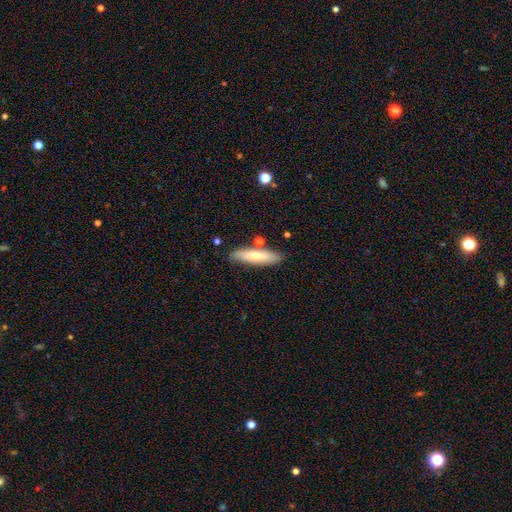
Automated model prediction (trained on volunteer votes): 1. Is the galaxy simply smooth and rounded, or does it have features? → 62% smooth, 31% featured or disk, 6% star or artifact.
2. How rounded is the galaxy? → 69% cigar-shaped, 29% in between, 2% round.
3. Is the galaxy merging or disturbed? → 80% none, 12% minor disturbance, 6% merger, 2% major disturbance.